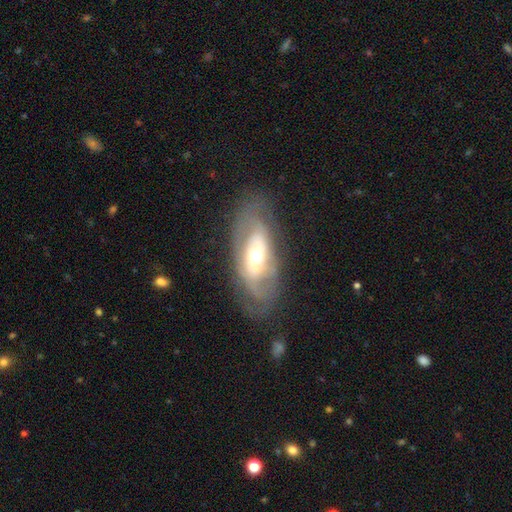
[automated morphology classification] smooth-or-featured: featured or disk: 72% | smooth: 21% | star or artifact: 6%
  disk-edge-on: no: 88% | yes: 12%
    bar: no: 58% | weak: 26% | strong: 16%
    has-spiral-arms: yes: 60% | no: 40%
    bulge-size: moderate: 67% | small: 21% | large: 10% | dominant: 1% | none: 1%
  merging: none: 71% | minor disturbance: 17% | major disturbance: 9% | merger: 2%